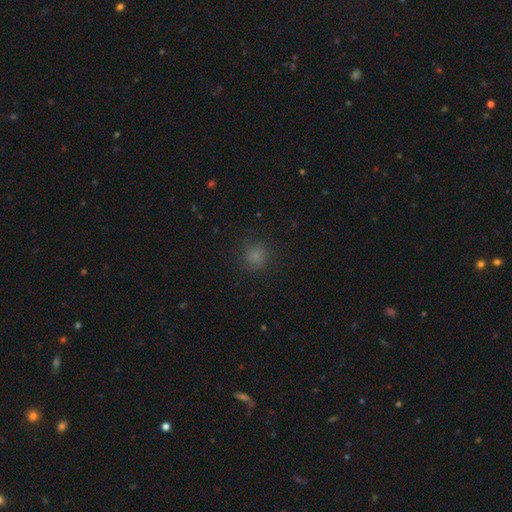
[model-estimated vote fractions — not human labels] This appears to be a smooth galaxy with no disk features (79%) that is round (91%). Merging: none (86%).